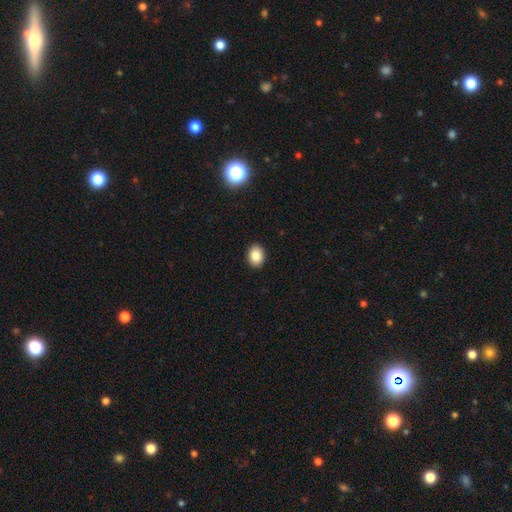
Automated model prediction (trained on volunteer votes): Smooth or featured?
  - smooth: 85% *
  - star or artifact: 9%
  - featured or disk: 6%
How rounded?
  - in between: 69% *
  - round: 30%
  - cigar-shaped: 1%
Merging?
  - none: 91% *
  - minor disturbance: 6%
  - major disturbance: 2%
  - merger: 1%